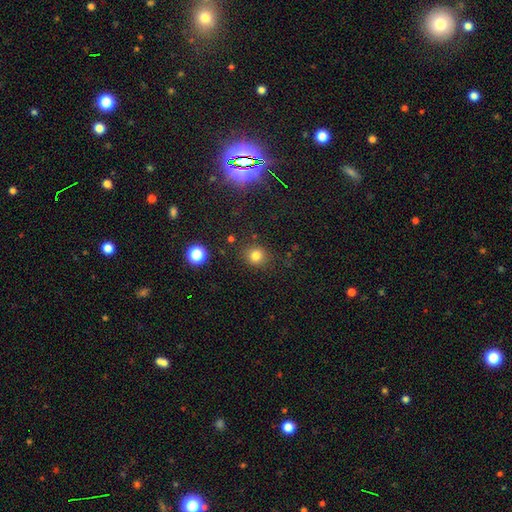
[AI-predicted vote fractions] The model was most divided on "smooth or featured": smooth: 79%, star or artifact: 15%, featured or disk: 6%. More confident: merging — none (83%); how rounded — round (82%).